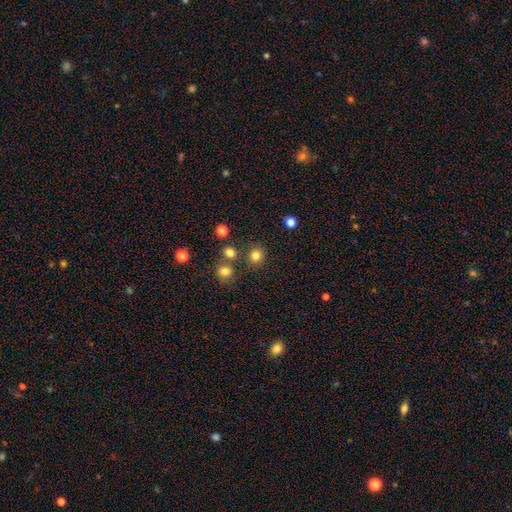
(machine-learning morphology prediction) Smooth or featured? smooth (81%)
How rounded? round (88%)
Merging? none (80%)